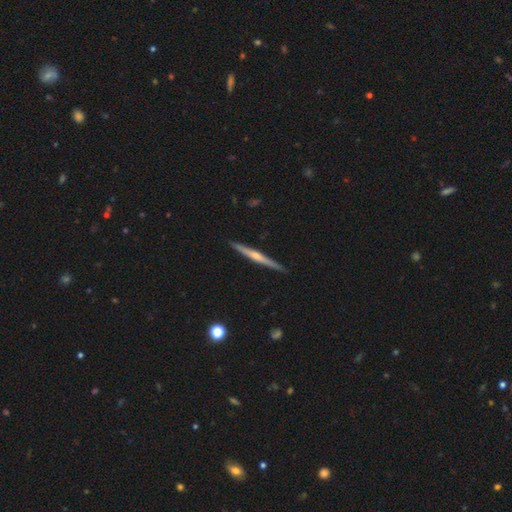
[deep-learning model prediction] Smooth or featured?
  - featured or disk: 77% *
  - smooth: 17%
  - star or artifact: 5%
Edge-on disk?
  - yes: 98% *
  - no: 2%
Edge-on bulge?
  - rounded: 81% *
  - none: 13%
  - boxy: 5%
Merging?
  - none: 92% *
  - minor disturbance: 5%
  - major disturbance: 1%
  - merger: 1%